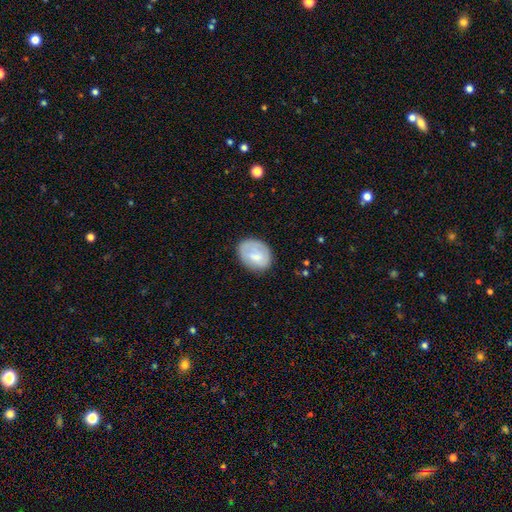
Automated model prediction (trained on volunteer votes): Smooth or featured: smooth — 69% (featured or disk — 24%)
How rounded: in between — 66% (round — 33%)
Merging: none — 73% (minor disturbance — 20%)